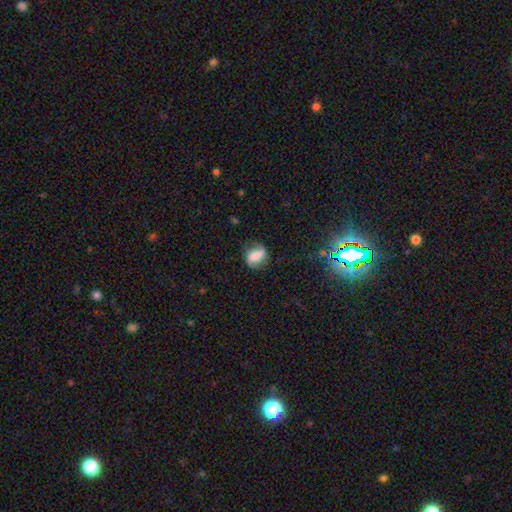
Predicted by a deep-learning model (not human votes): Smooth or featured? smooth (56%)
How rounded? in between (60%)
Merging? none (68%)